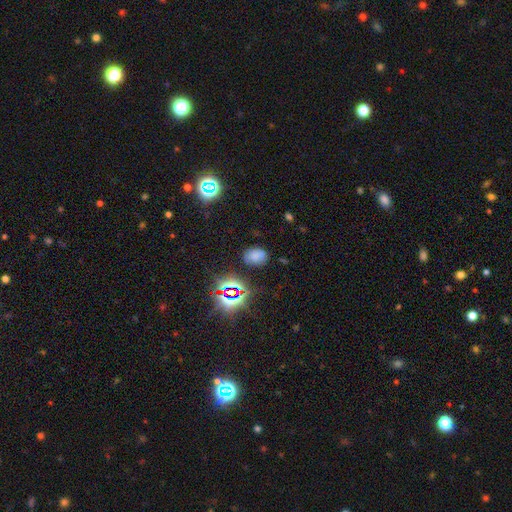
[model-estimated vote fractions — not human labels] This appears to be a smooth galaxy with no disk features (64%) that is in between round and cigar-shaped (69%). Merging: none (77%).